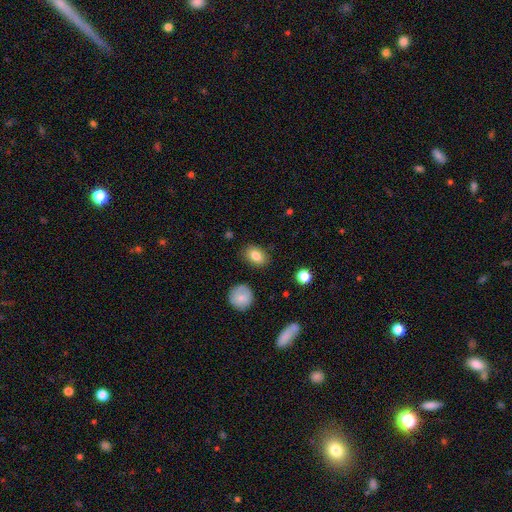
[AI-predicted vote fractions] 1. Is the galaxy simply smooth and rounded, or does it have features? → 83% smooth, 9% featured or disk, 8% star or artifact.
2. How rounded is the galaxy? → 81% in between, 18% round, 2% cigar-shaped.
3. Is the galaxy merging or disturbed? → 84% none, 11% minor disturbance, 3% major disturbance, 2% merger.